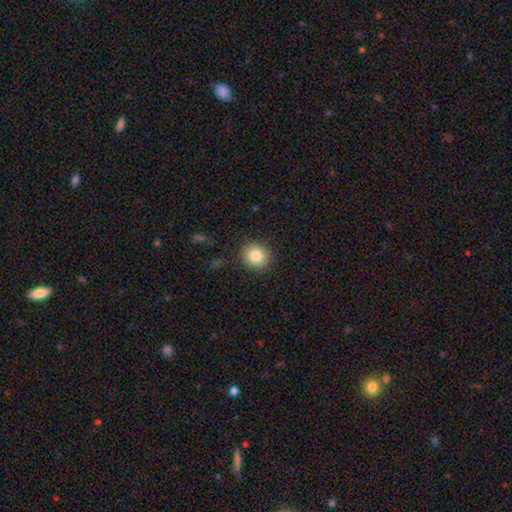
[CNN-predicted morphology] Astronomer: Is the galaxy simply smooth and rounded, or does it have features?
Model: smooth — 83%.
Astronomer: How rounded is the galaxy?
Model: round — 84%.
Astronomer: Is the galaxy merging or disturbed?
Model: none — 89%.